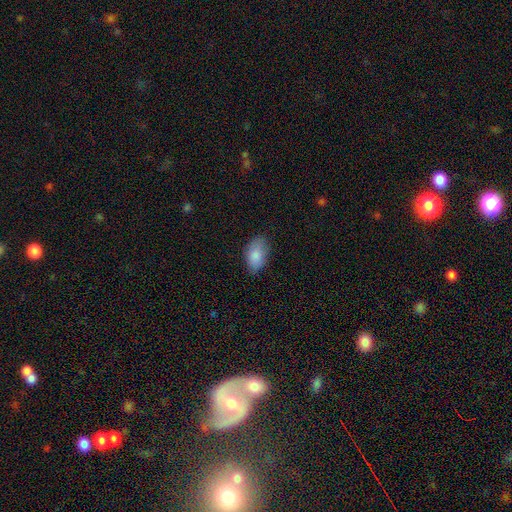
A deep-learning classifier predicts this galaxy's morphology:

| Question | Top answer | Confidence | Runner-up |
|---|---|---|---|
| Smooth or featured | smooth | 85% | featured or disk (8%) |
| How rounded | in between | 93% | round (5%) |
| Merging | none | 77% | minor disturbance (18%) |